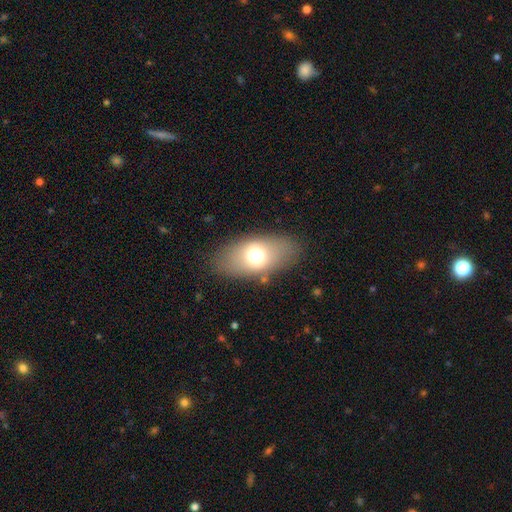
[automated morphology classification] This appears to be a smooth galaxy with no disk features (68%) that is in between round and cigar-shaped (88%). Merging: none (82%).